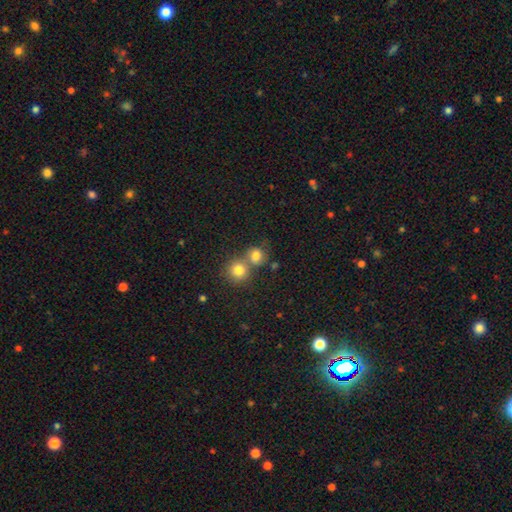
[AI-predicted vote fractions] Q: Smooth or featured?
A: smooth (78%); runner-up: star or artifact (12%)
Q: How rounded?
A: round (79%); runner-up: in between (20%)
Q: Merging?
A: merger (48%); runner-up: none (39%)